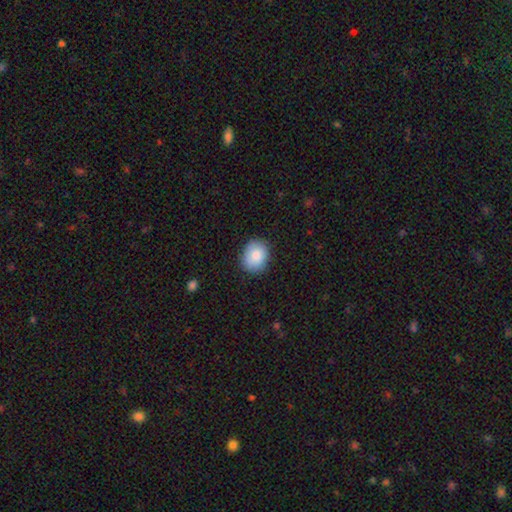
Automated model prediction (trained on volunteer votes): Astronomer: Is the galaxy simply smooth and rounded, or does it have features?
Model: smooth — 85%.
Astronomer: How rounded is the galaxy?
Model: round — 53% (runner-up: in between, 46%).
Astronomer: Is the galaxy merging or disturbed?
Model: none — 83%.